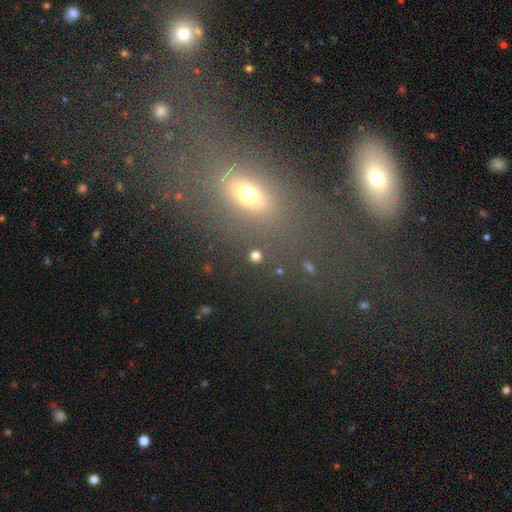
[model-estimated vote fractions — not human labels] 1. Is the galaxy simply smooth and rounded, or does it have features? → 72% smooth, 22% star or artifact, 6% featured or disk.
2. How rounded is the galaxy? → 86% round, 12% in between, 2% cigar-shaped.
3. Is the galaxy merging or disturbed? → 86% none, 6% minor disturbance, 5% merger, 3% major disturbance.